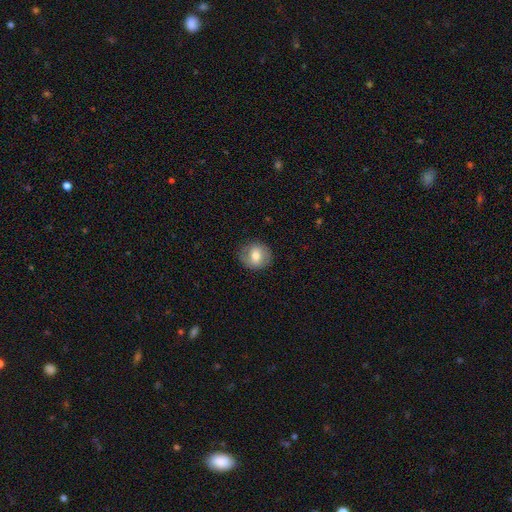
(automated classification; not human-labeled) The model was most divided on "smooth or featured": smooth: 67%, featured or disk: 25%, star or artifact: 8%. More confident: merging — none (84%); how rounded — round (81%).